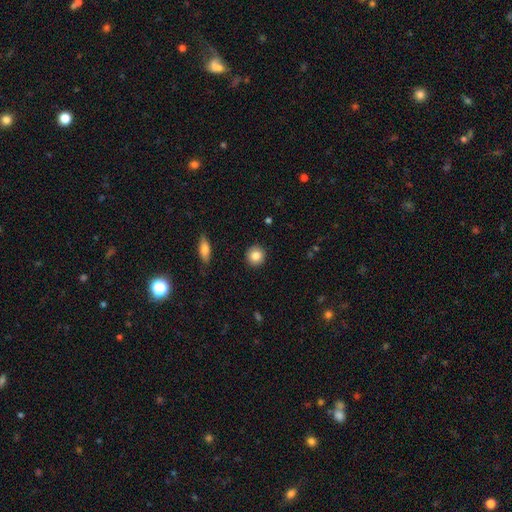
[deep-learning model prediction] Smooth or featured: smooth — 85% (star or artifact — 8%)
How rounded: round — 92% (in between — 7%)
Merging: none — 92% (minor disturbance — 5%)